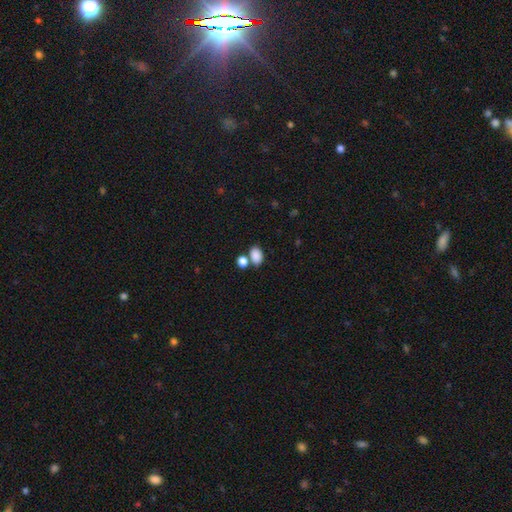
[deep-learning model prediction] This appears to be a smooth galaxy with no disk features (86%) that is in between round and cigar-shaped (80%). Merging: none (56%).